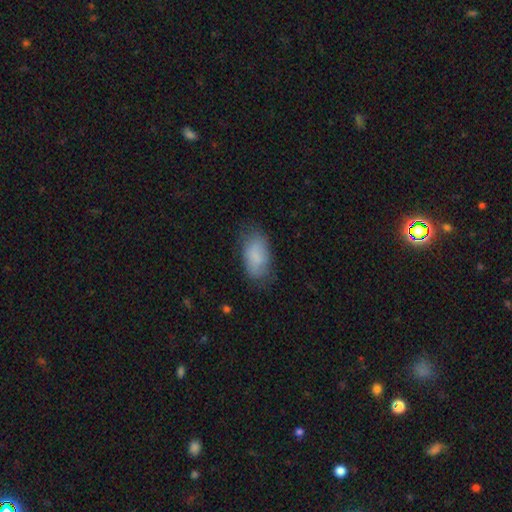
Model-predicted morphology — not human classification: A smooth galaxy with no disk features (82%) that is in between round and cigar-shaped (93%).

Vote fractions:
- Smooth or featured? smooth: 82% / featured or disk: 11% / star or artifact: 7%
- How rounded? in between: 93% / round: 4% / cigar-shaped: 3%
- Merging? none: 68% / minor disturbance: 23% / major disturbance: 7% / merger: 1%